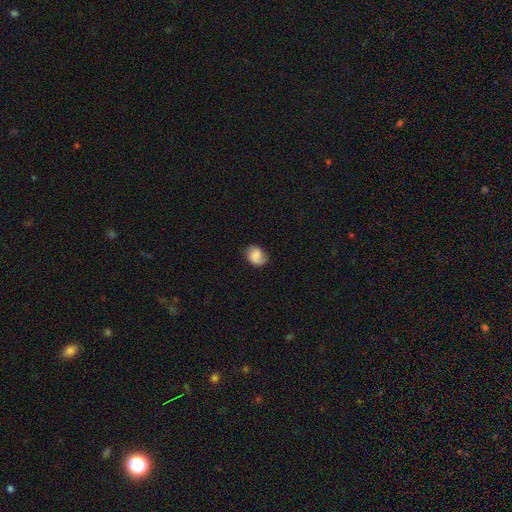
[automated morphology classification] A smooth galaxy with no disk features (56%) that is in between round and cigar-shaped (52%). Merging: none (70%).